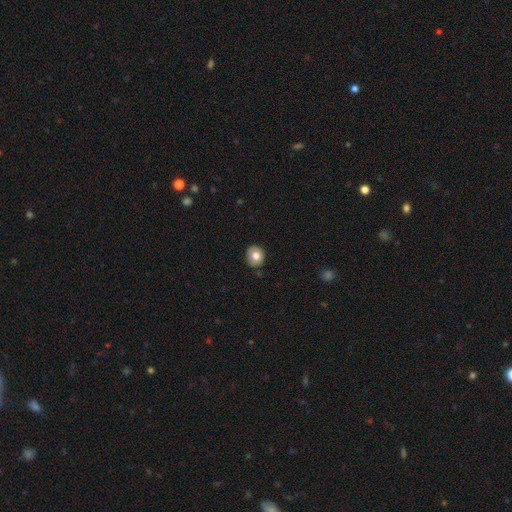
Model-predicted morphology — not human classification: Smooth or featured? Predicted: smooth (p=0.74). How rounded? Predicted: round (p=0.81). Merging? Predicted: none (p=0.86).